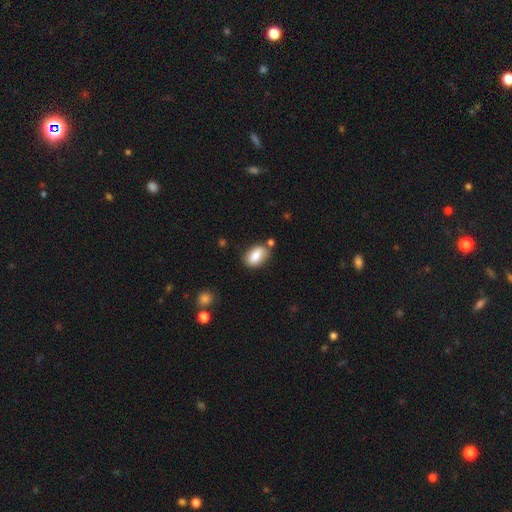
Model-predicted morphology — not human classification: This appears to be a smooth galaxy with no disk features (80%) that is in between round and cigar-shaped (86%). Merging: none (67%).